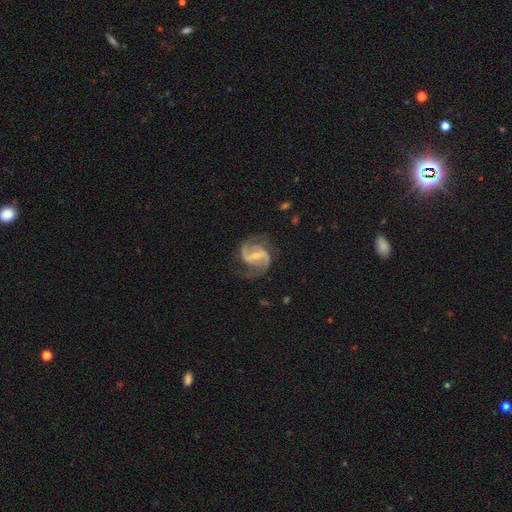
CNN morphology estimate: This appears to be a featured or disk galaxy (90%) with a strong bar (46%), 2 (89%) medium (54%) spiral arms (97%) and a small central bulge (59%). Merging: none (70%).